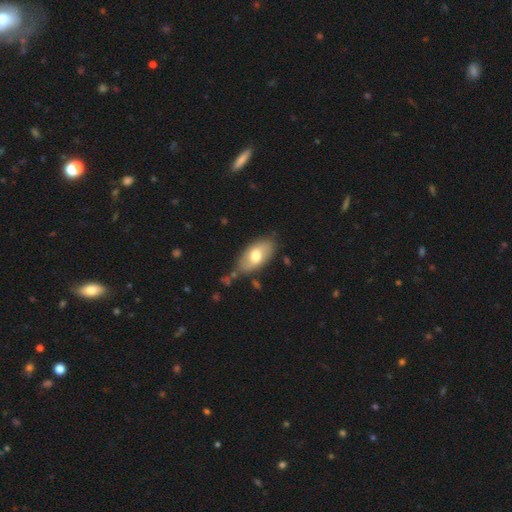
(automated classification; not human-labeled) This is likely a smooth galaxy (66%). How rounded: clearly in between (92%). Merging: likely none (72%).